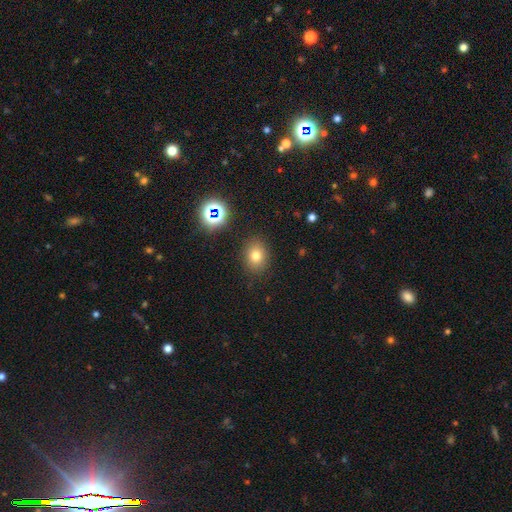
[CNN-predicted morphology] smooth-or-featured: smooth: 73% | star or artifact: 17% | featured or disk: 9%
  how-rounded: round: 55% | in between: 45% | cigar-shaped: 1%
  merging: none: 86% | minor disturbance: 9% | major disturbance: 3% | merger: 2%